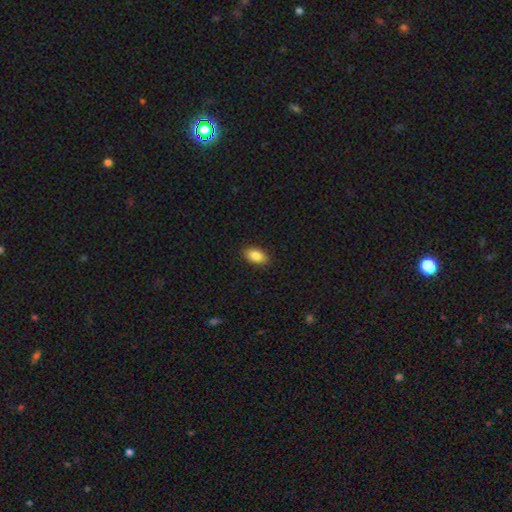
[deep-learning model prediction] Smooth or featured?
  - smooth: 86% *
  - star or artifact: 7%
  - featured or disk: 6%
How rounded?
  - in between: 92% *
  - round: 5%
  - cigar-shaped: 3%
Merging?
  - none: 89% *
  - minor disturbance: 8%
  - major disturbance: 2%
  - merger: 1%